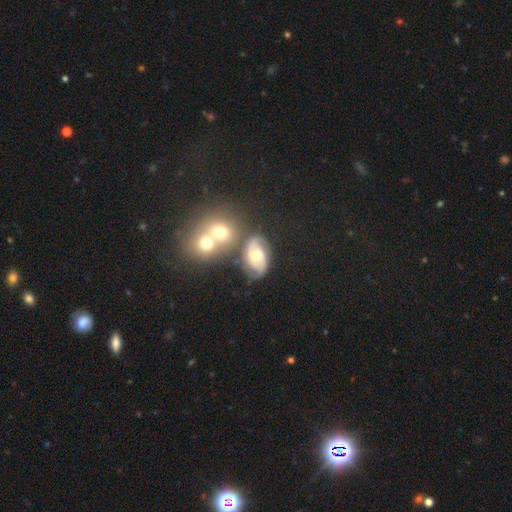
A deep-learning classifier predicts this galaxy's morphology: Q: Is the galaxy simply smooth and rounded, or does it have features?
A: featured or disk — 65%.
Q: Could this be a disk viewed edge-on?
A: no — 97%.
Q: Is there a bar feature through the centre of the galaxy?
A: no — 66%.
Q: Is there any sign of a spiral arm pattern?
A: yes — 86%.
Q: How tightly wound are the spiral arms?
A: medium — 47%.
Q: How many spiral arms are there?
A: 2 — 87%.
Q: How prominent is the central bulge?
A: moderate — 74%.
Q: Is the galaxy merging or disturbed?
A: none — 60%.